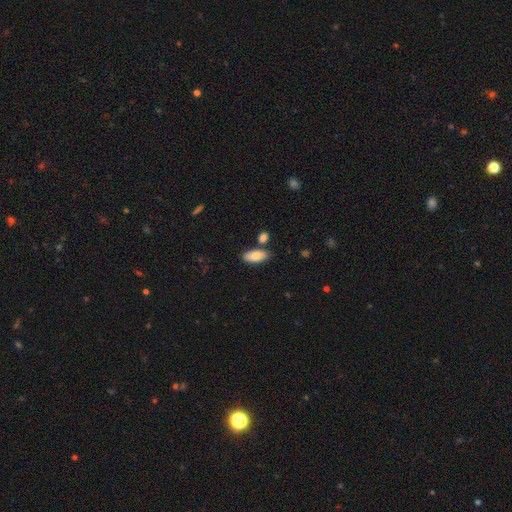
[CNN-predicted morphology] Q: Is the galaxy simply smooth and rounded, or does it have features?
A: smooth — 77%.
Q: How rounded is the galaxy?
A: in between — 91%.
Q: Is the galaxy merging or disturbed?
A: none — 77%.